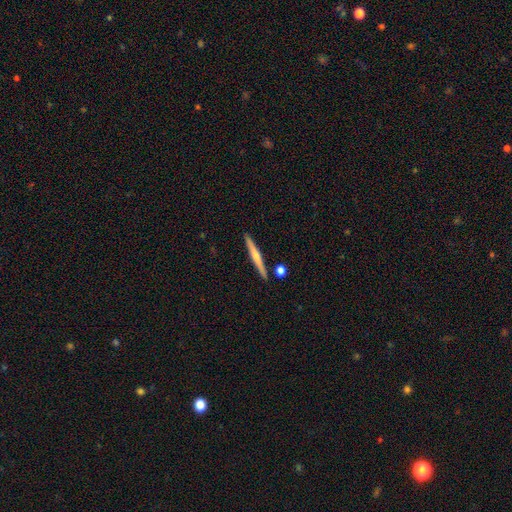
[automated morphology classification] type=featured or disk (65%); edge-on=yes (98%); edge-on bulge=rounded (75%); merging=none (89%).